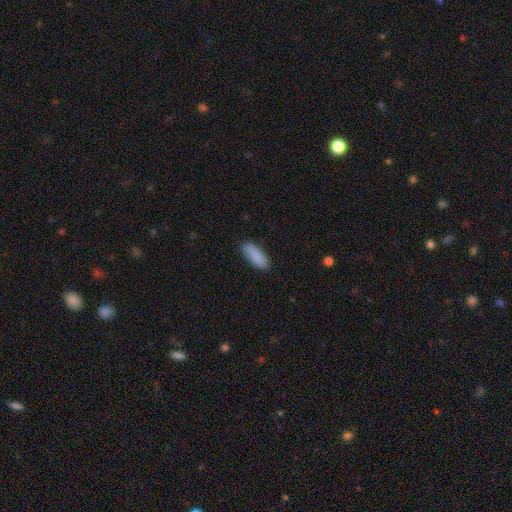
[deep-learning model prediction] Overall: smooth (86%). How rounded: in between (75%). Merging: none (83%).